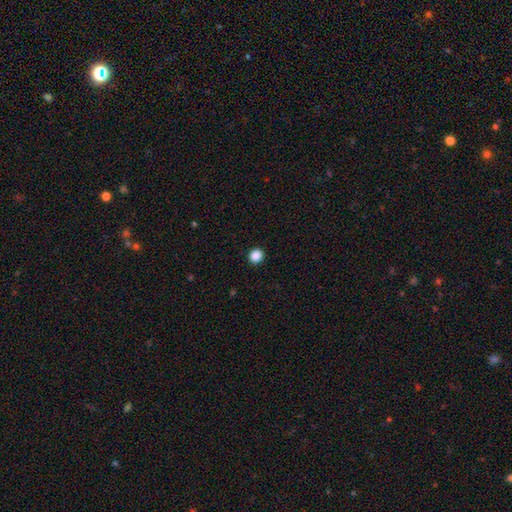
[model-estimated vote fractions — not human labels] Morphology: type=smooth (87%); roundness=round (86%); merging=none (93%).